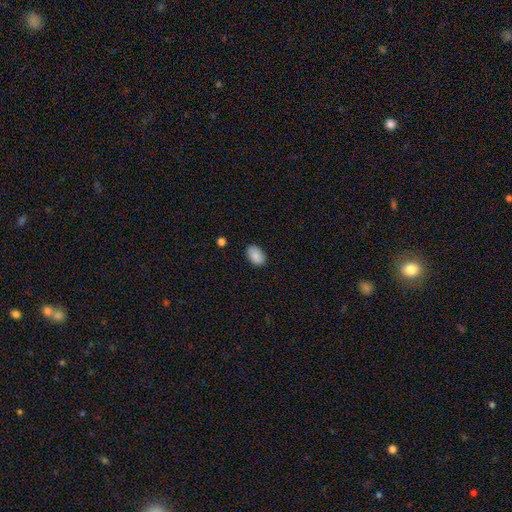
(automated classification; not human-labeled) A smooth galaxy with no disk features (88%) that is in between round and cigar-shaped (86%). Merging: none (81%).